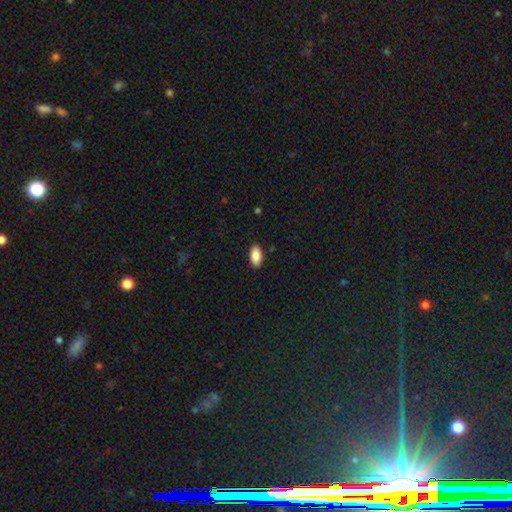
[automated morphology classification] A smooth galaxy with no disk features (89%) that is in between round and cigar-shaped (93%).

Vote fractions:
- Smooth or featured? smooth: 89% / star or artifact: 7% / featured or disk: 5%
- How rounded? in between: 93% / cigar-shaped: 5% / round: 2%
- Merging? none: 89% / minor disturbance: 9% / major disturbance: 2% / merger: 1%